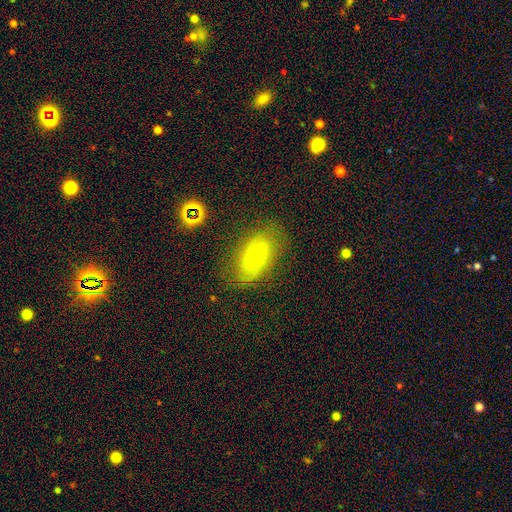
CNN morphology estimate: Smooth or featured?
  - smooth: 53% *
  - featured or disk: 34%
  - star or artifact: 12%
How rounded?
  - in between: 89% *
  - round: 8%
  - cigar-shaped: 3%
Merging?
  - none: 73% *
  - minor disturbance: 19%
  - major disturbance: 7%
  - merger: 2%